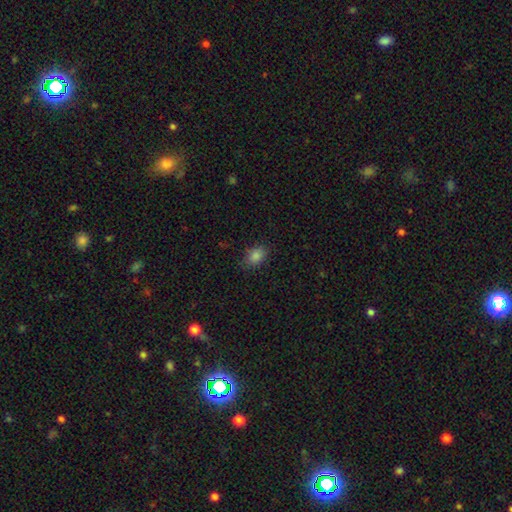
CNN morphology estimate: A smooth galaxy with no disk features (84%) that is in between round and cigar-shaped (77%).

Vote fractions:
- Smooth or featured? smooth: 84% / star or artifact: 11% / featured or disk: 5%
- How rounded? in between: 77% / round: 21% / cigar-shaped: 1%
- Merging? none: 83% / minor disturbance: 13% / major disturbance: 3% / merger: 1%